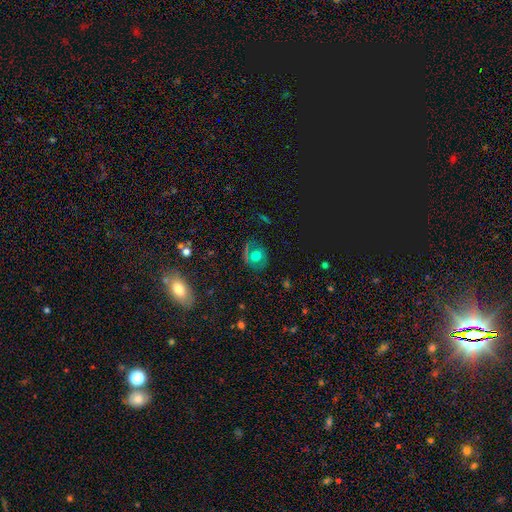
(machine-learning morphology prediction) Smooth or featured: smooth — 51% (featured or disk — 31%)
How rounded: round — 70% (in between — 28%)
Merging: none — 68% (minor disturbance — 18%)